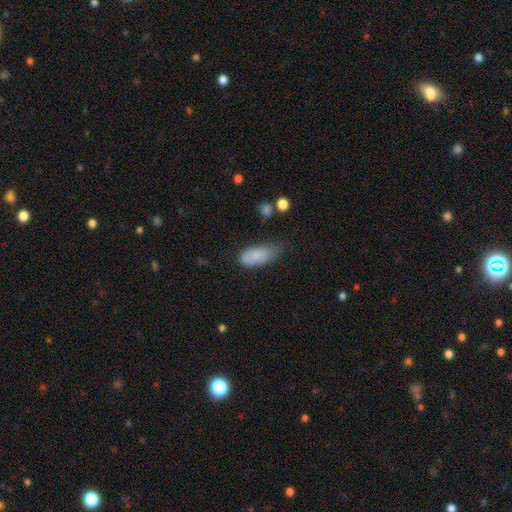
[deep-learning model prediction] A smooth galaxy with no disk features (83%) that is in between round and cigar-shaped (85%). Merging: minor disturbance (42%).